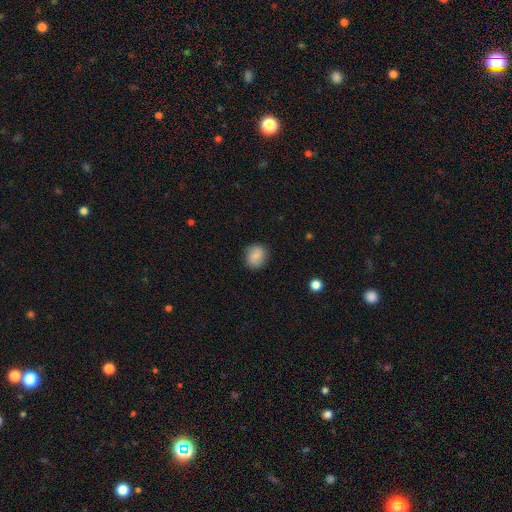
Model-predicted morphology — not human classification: A smooth galaxy with no disk features (83%) that is round (79%). Merging: none (85%).